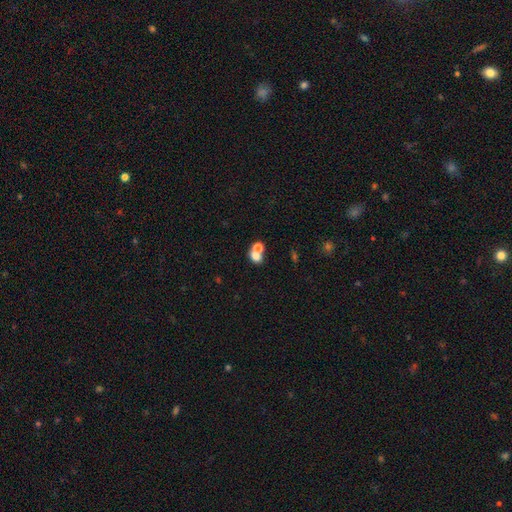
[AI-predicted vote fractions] A smooth galaxy with no disk features (72%) that is round (56%).

Vote fractions:
- Smooth or featured? smooth: 72% / featured or disk: 15% / star or artifact: 13%
- How rounded? round: 56% / in between: 43% / cigar-shaped: 1%
- Merging? merger: 56% / none: 33% / minor disturbance: 6% / major disturbance: 4%